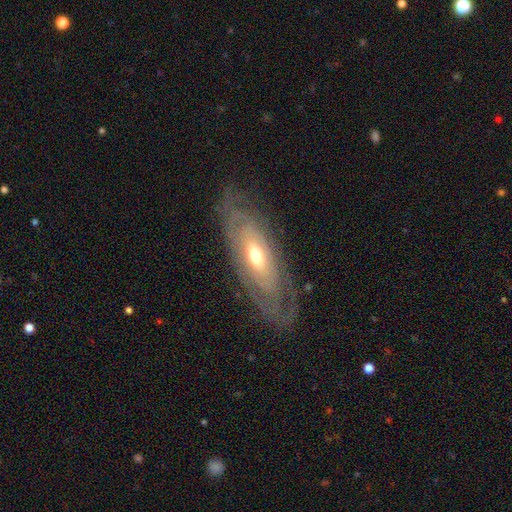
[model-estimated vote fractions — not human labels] This is likely a featured or disk galaxy (77%). It is clearly not viewed edge-on (83%). Bar: likely no (73%). Spiral arm pattern: likely yes (73%). Central bulge: likely moderate (64%). Merging: likely none (74%).